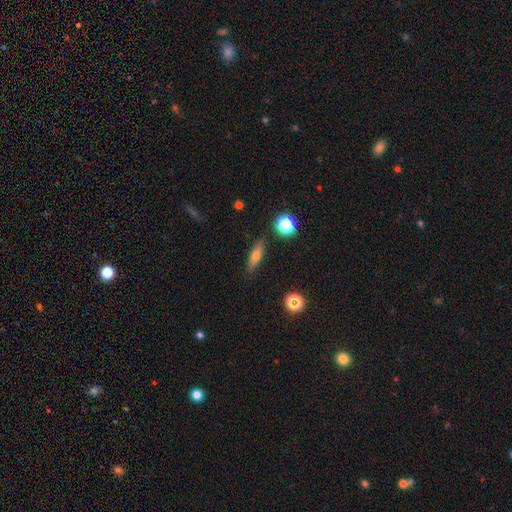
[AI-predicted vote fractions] A smooth galaxy with no disk features (61%) that is cigar-shaped (58%).

Vote fractions:
- Smooth or featured? smooth: 61% / featured or disk: 29% / star or artifact: 10%
- How rounded? cigar-shaped: 58% / in between: 36% / round: 6%
- Merging? none: 86% / minor disturbance: 10% / major disturbance: 2% / merger: 2%